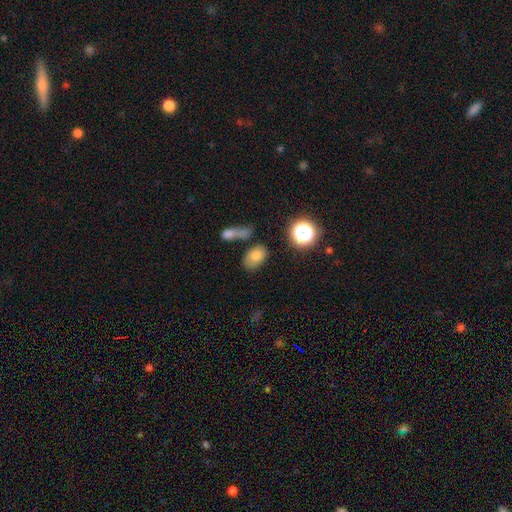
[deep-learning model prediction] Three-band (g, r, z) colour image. It shows a smooth galaxy with no disk features (75%) that is in between round and cigar-shaped (82%). Merging: none (61%).